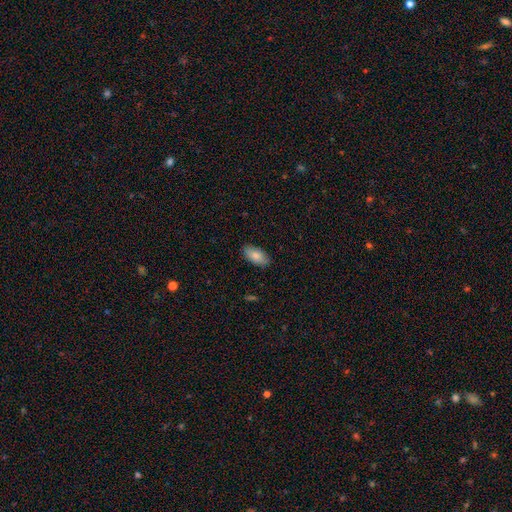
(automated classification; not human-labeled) Q: Smooth or featured?
A: smooth (82%); runner-up: featured or disk (11%)
Q: How rounded?
A: in between (92%); runner-up: cigar-shaped (5%)
Q: Merging?
A: none (88%); runner-up: minor disturbance (10%)